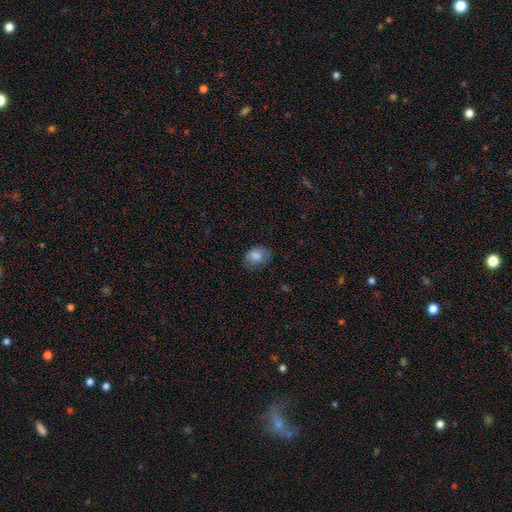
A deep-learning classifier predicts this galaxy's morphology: smooth-or-featured: smooth: 80% | featured or disk: 12% | star or artifact: 9%
  how-rounded: in between: 63% | round: 36% | cigar-shaped: 1%
  merging: none: 69% | minor disturbance: 22% | major disturbance: 7% | merger: 1%